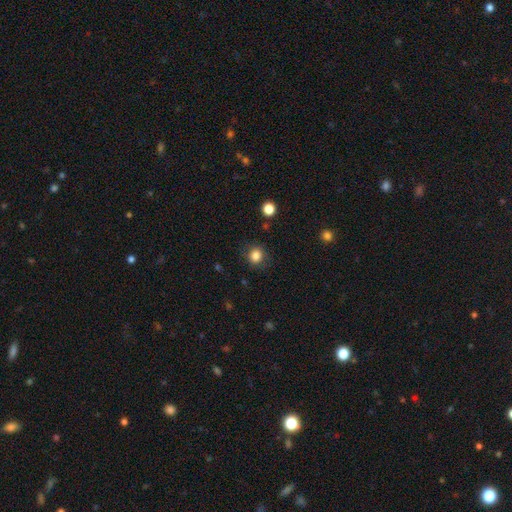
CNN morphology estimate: smooth-or-featured: smooth: 84% | star or artifact: 11% | featured or disk: 5%
  how-rounded: round: 82% | in between: 17% | cigar-shaped: 1%
  merging: none: 84% | minor disturbance: 11% | major disturbance: 4% | merger: 1%